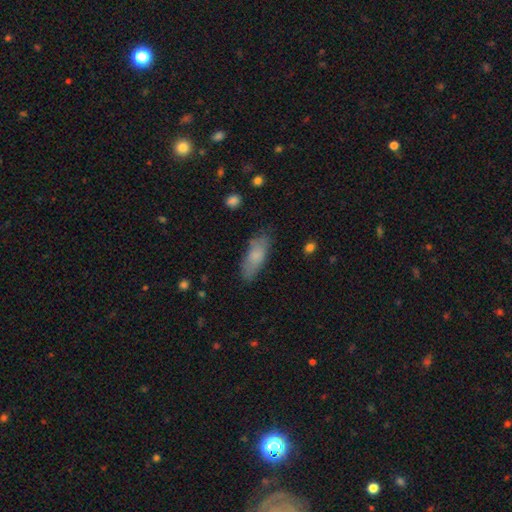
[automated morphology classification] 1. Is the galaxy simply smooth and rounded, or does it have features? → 77% smooth, 16% featured or disk, 7% star or artifact.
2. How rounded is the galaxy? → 66% in between, 31% cigar-shaped, 2% round.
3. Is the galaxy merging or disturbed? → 75% none, 18% minor disturbance, 5% major disturbance, 2% merger.